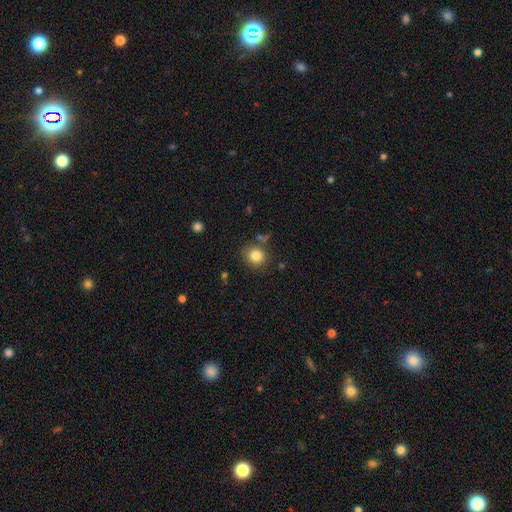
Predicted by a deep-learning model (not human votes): Smooth or featured? Predicted: smooth (p=0.84). How rounded? Predicted: round (p=0.83). Merging? Predicted: none (p=0.78).